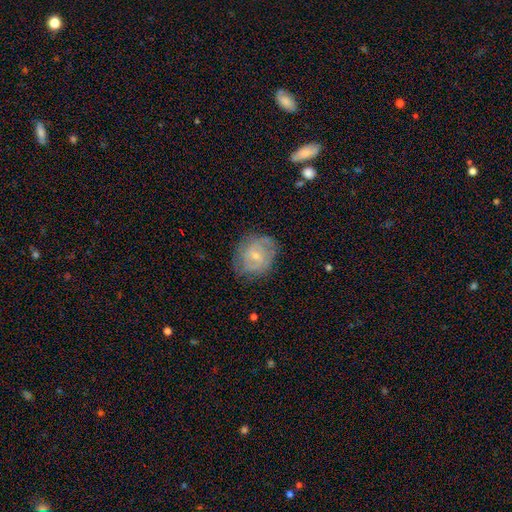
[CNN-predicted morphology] Smooth or featured? featured or disk (55%)
Edge-on disk? no (97%)
Bar? no (54%)
Spiral arms? yes (68%)
Bulge size? small (64%)
Merging? none (70%)